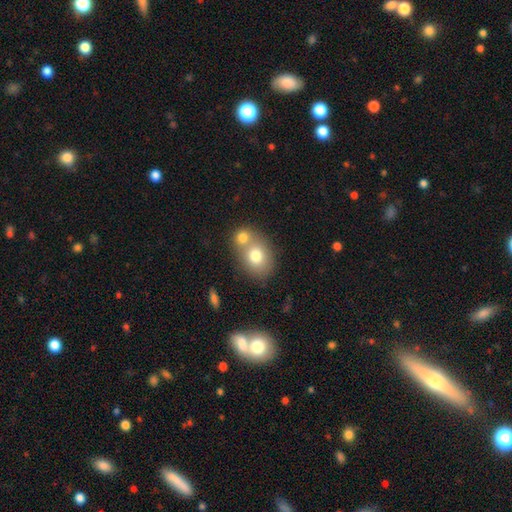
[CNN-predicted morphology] smooth 74%, featured or disk 17%, star or artifact 10%. Down the decision tree: how rounded — in between (50%); merging — merger (51%).